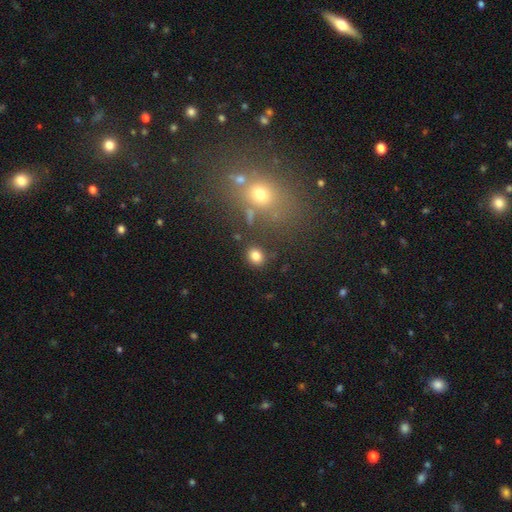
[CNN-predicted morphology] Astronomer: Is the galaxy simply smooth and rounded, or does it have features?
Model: smooth — 81%.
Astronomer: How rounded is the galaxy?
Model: round — 65%.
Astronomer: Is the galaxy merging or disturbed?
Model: none — 82%.